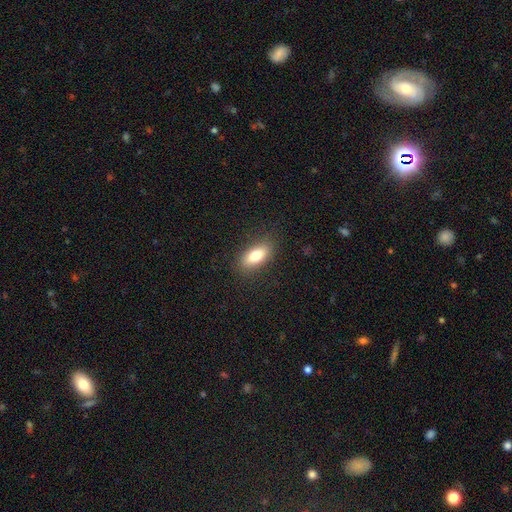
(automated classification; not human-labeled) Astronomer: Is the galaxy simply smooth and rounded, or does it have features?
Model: smooth — 78%.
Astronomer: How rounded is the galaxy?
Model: in between — 84%.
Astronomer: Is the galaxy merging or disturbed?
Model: none — 86%.